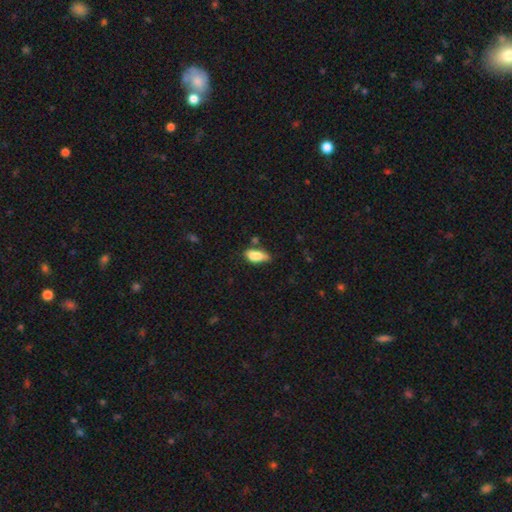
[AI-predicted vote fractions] This appears to be a smooth galaxy with no disk features (83%) that is in between round and cigar-shaped (85%). Merging: none (52%).